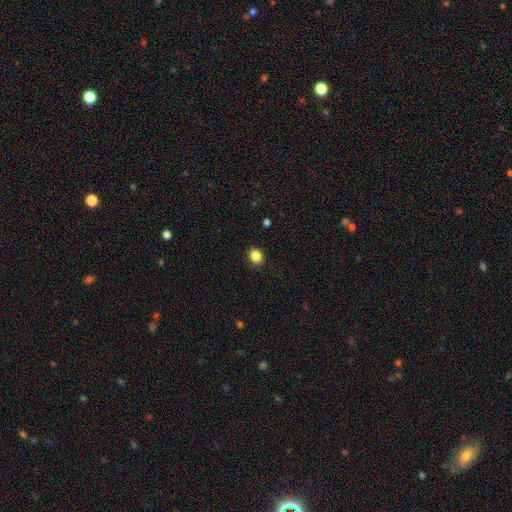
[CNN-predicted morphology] This appears to be a smooth galaxy with no disk features (85%) that is round (65%). Merging: none (90%).